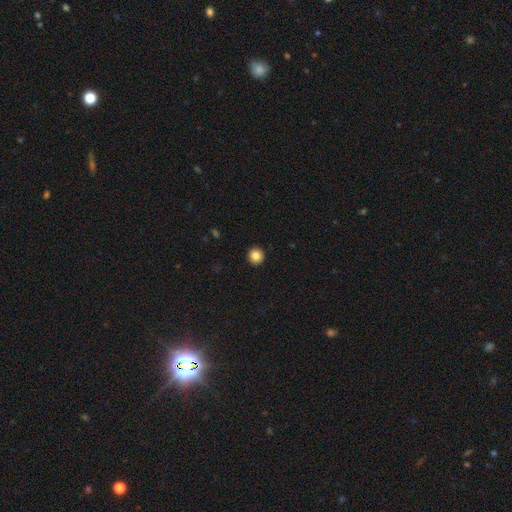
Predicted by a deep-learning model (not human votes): Smooth or featured: smooth — 84% (star or artifact — 10%)
How rounded: round — 94% (in between — 5%)
Merging: none — 93% (minor disturbance — 4%)